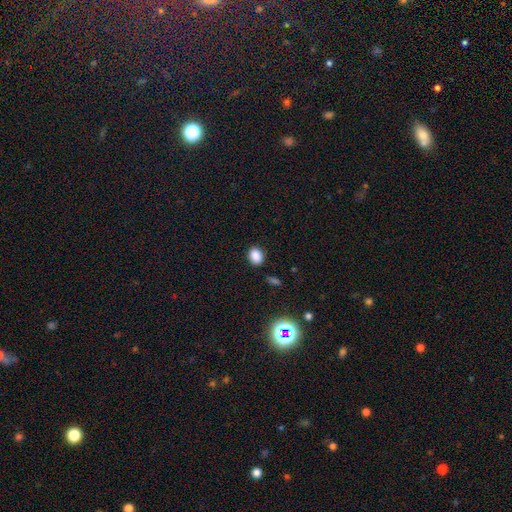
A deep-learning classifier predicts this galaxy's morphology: Smooth or featured? smooth (85%)
How rounded? in between (58%)
Merging? none (87%)